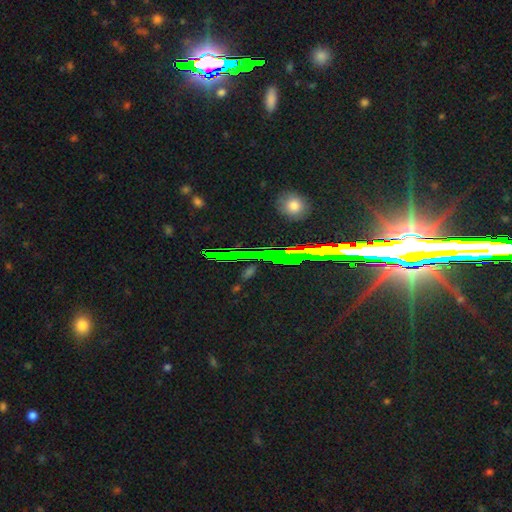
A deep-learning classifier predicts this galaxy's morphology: Smooth or featured? Predicted: star or artifact (p=0.79).